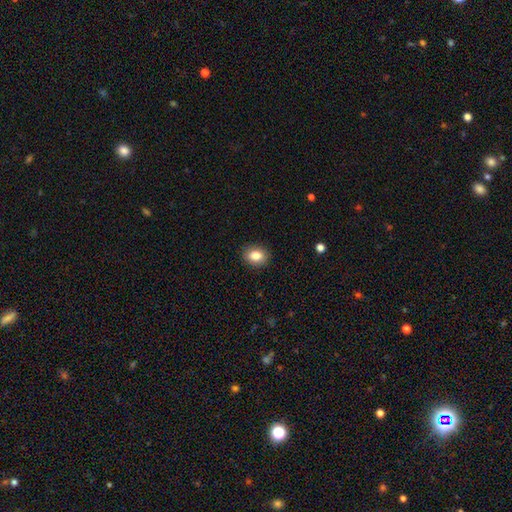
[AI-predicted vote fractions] Morphology: type=smooth (85%); roundness=in between (53%); merging=none (90%).